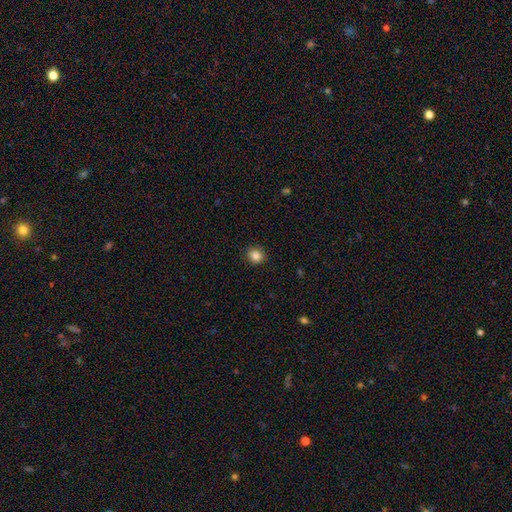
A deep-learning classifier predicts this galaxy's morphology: This is clearly a smooth galaxy (86%). How rounded: likely round (80%). Merging: clearly none (90%).